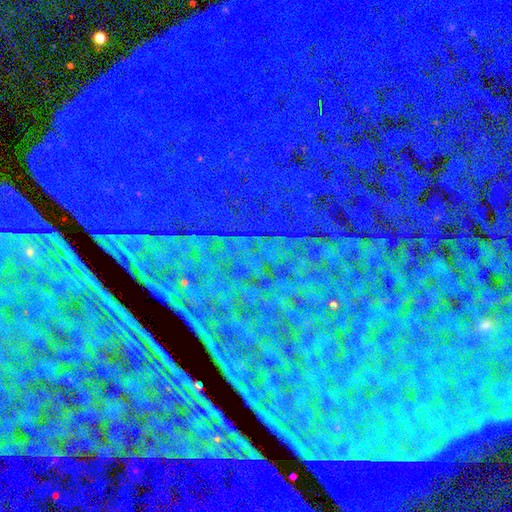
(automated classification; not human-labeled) This appears to be a star or artifact, not a galaxy (87%).